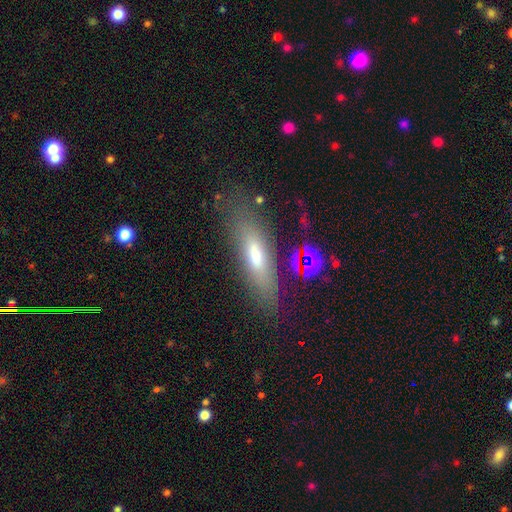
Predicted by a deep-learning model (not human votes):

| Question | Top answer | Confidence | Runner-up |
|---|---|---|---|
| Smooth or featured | smooth | 58% | featured or disk (31%) |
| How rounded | cigar-shaped | 60% | in between (38%) |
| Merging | none | 78% | minor disturbance (13%) |